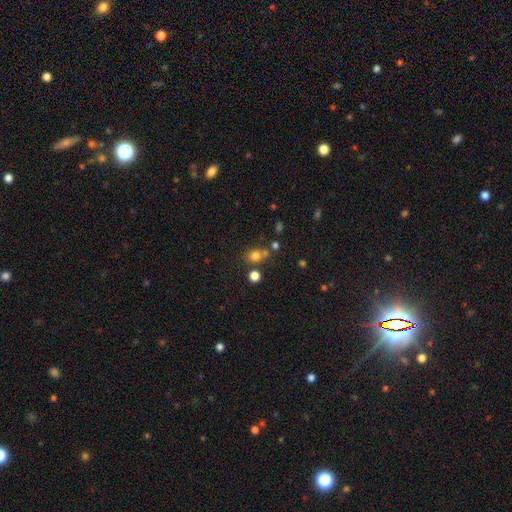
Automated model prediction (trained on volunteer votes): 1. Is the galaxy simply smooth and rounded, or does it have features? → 74% smooth, 17% star or artifact, 9% featured or disk.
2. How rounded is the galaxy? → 71% round, 28% in between, 1% cigar-shaped.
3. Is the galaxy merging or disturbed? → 60% none, 23% merger, 12% minor disturbance, 5% major disturbance.